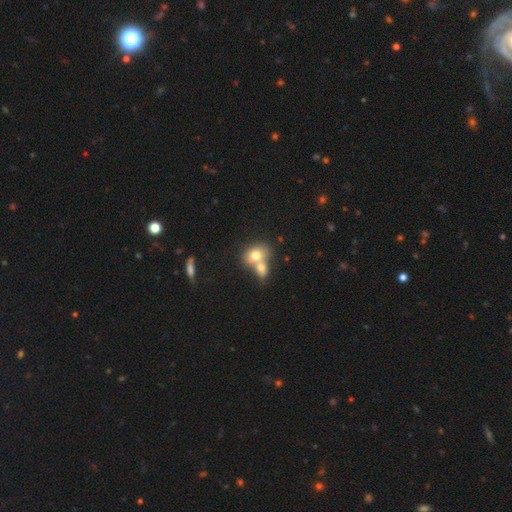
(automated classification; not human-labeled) Q: Smooth or featured?
A: smooth (72%); runner-up: featured or disk (18%)
Q: How rounded?
A: in between (54%); runner-up: round (45%)
Q: Merging?
A: merger (67%); runner-up: none (23%)